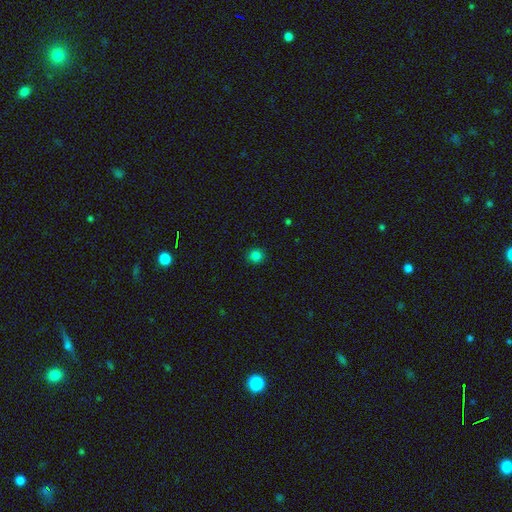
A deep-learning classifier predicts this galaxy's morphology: This is clearly a smooth galaxy (81%). How rounded: clearly round (93%). Merging: clearly none (92%).